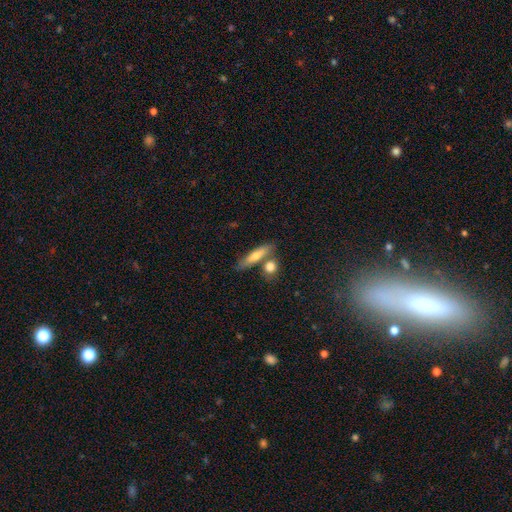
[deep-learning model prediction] smooth-or-featured: smooth: 68% | featured or disk: 25% | star or artifact: 7%
  how-rounded: cigar-shaped: 70% | in between: 25% | round: 6%
  merging: none: 63% | merger: 22% | minor disturbance: 12% | major disturbance: 4%